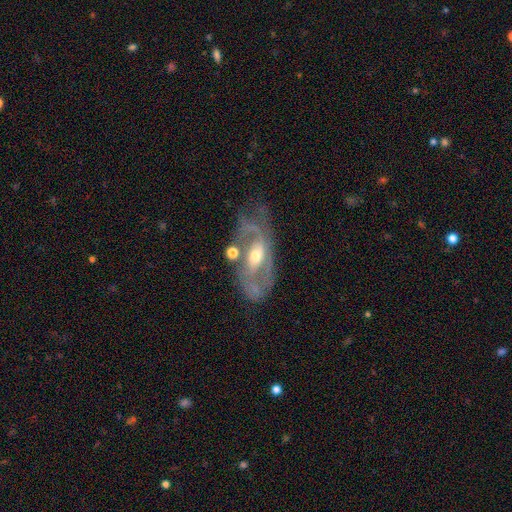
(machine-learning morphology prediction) This appears to be a featured or disk galaxy (82%) with a weak bar (39%), 2 (64%) medium (45%) spiral arms (83%) and a moderate central bulge (59%). Merging: none (51%).